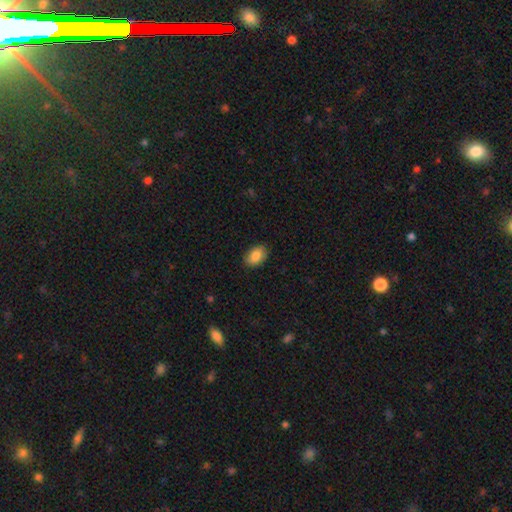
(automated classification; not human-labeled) A smooth galaxy with no disk features (87%) that is in between round and cigar-shaped (85%). Merging: none (85%).